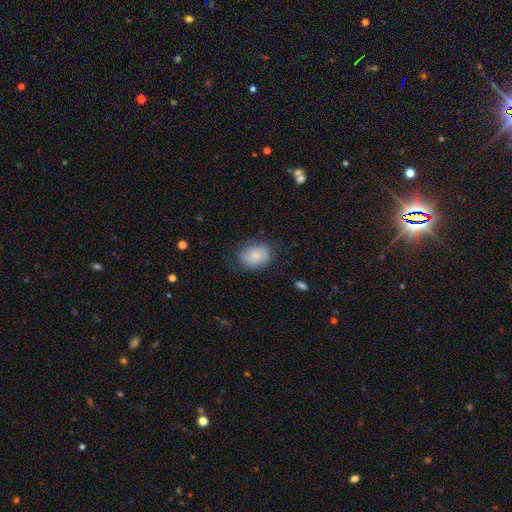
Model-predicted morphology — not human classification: Smooth or featured?
  - smooth: 82% *
  - featured or disk: 11%
  - star or artifact: 8%
How rounded?
  - in between: 65% *
  - round: 34%
  - cigar-shaped: 1%
Merging?
  - none: 64% *
  - minor disturbance: 25%
  - major disturbance: 10%
  - merger: 1%